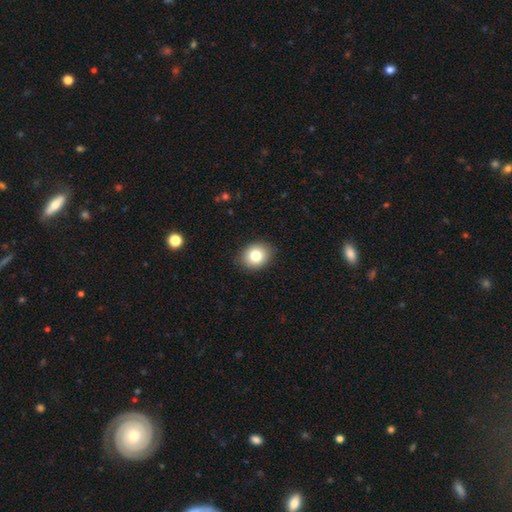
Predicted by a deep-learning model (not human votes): Smooth or featured? smooth (81%)
How rounded? round (56%)
Merging? none (88%)